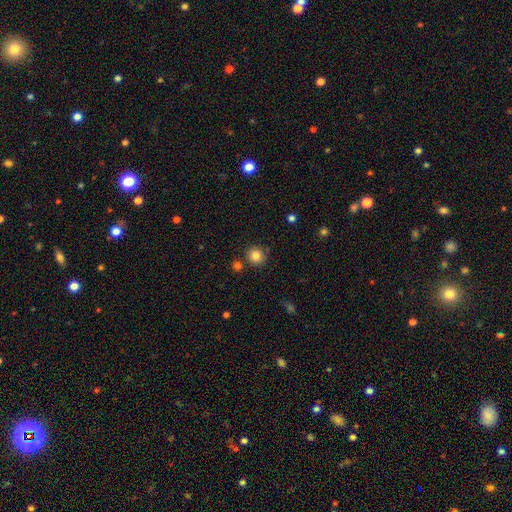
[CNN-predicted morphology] Smooth or featured? smooth (83%)
How rounded? round (93%)
Merging? none (85%)